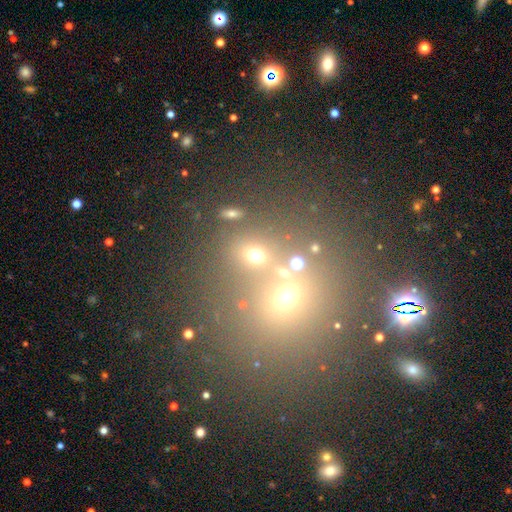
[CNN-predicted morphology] Overall: smooth (66%). How rounded: round (68%; in between 30%). Merging: none (54%; merger 30%).